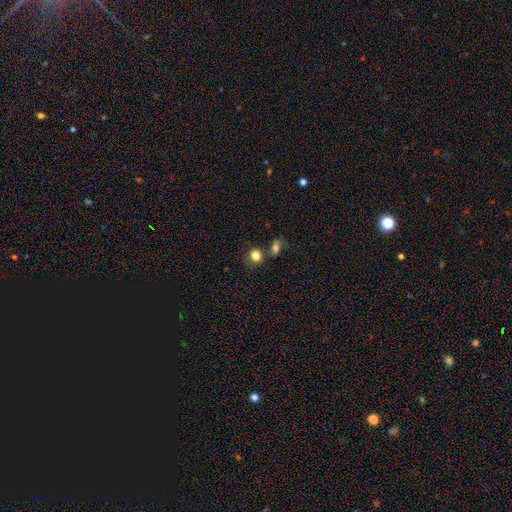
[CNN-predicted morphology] This appears to be a smooth galaxy with no disk features (83%) that is round (76%). Merging: none (65%).